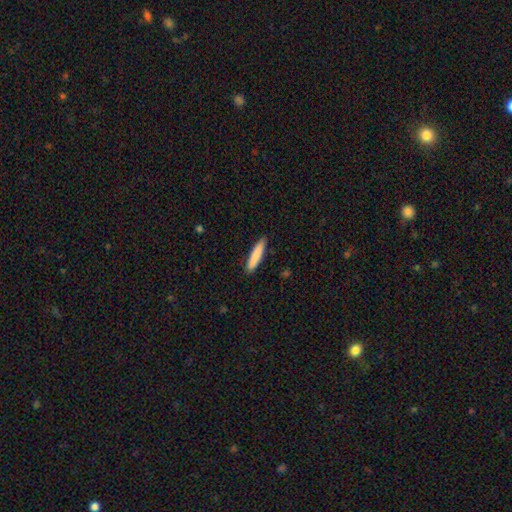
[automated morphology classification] This appears to be a smooth galaxy with no disk features (84%) that is cigar-shaped (87%). Merging: none (88%).